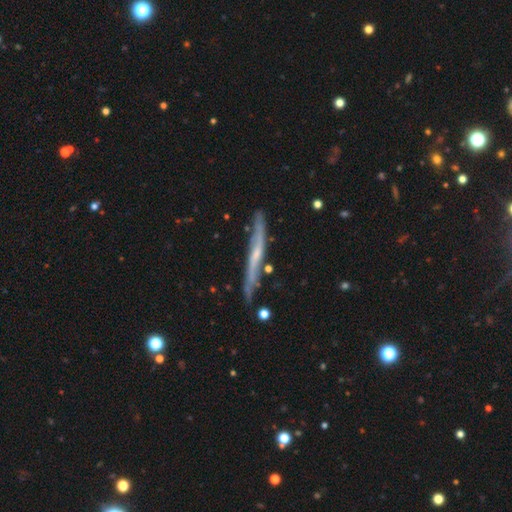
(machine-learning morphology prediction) This appears to be a featured or disk galaxy (67%) viewed edge-on (86%) with no central bulge (61%). Merging: none (71%).